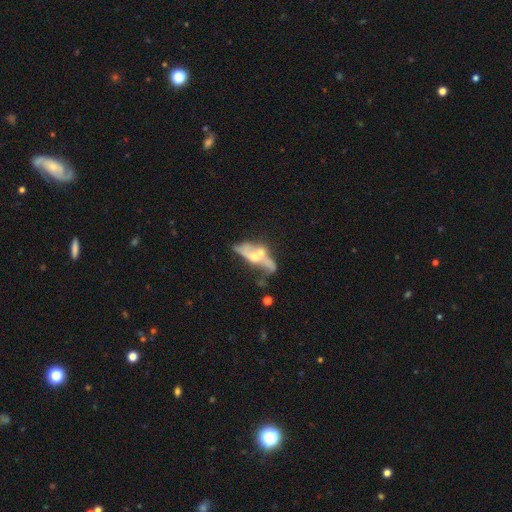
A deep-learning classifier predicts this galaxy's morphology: smooth_or_featured: featured or disk (p=0.63) [alt: smooth p=0.27]
disk_edge_on: no (p=0.83) [alt: yes p=0.17]
bar: no (p=0.81) [alt: weak p=0.14]
has_spiral_arms: no (p=0.76) [alt: yes p=0.24]
bulge_size: moderate (p=0.52) [alt: small p=0.29]
merging: merger (p=0.48) [alt: none p=0.21]